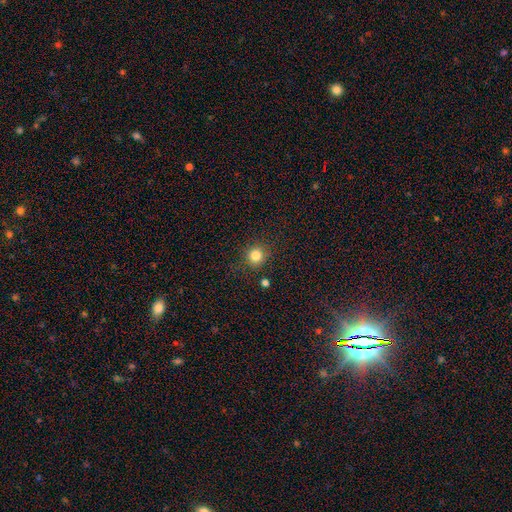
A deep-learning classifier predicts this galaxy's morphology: Smooth or featured: smooth — 82% (star or artifact — 13%)
How rounded: round — 92% (in between — 7%)
Merging: none — 86% (minor disturbance — 8%)